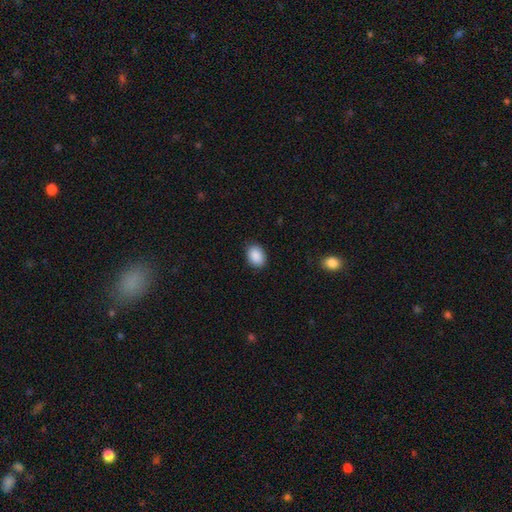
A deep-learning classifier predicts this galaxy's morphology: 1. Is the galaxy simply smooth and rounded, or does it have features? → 90% smooth, 7% star or artifact, 3% featured or disk.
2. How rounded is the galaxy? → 77% in between, 22% round, 1% cigar-shaped.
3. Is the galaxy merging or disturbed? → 88% none, 9% minor disturbance, 2% major disturbance, 1% merger.